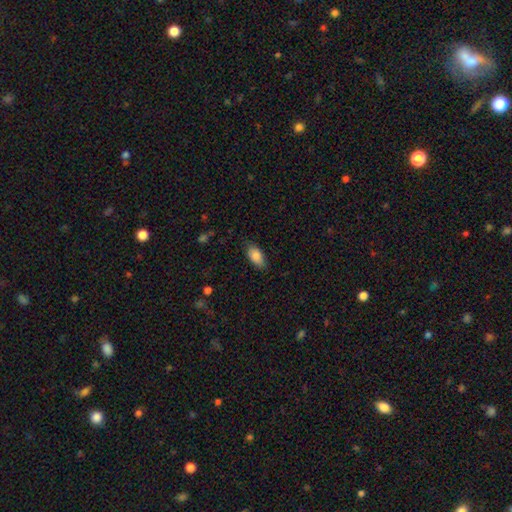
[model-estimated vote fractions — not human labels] Smooth or featured? Predicted: smooth (p=0.85). How rounded? Predicted: in between (p=0.92). Merging? Predicted: none (p=0.78).